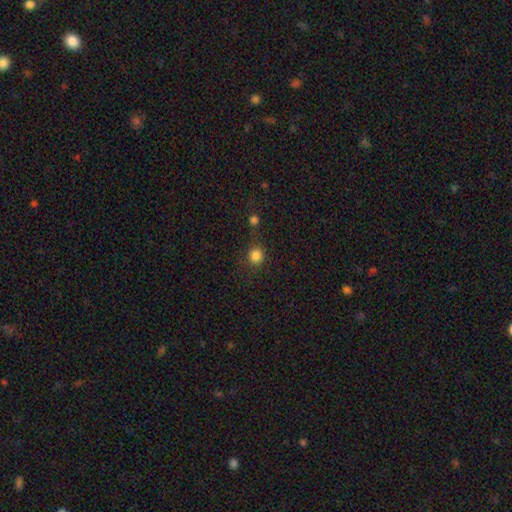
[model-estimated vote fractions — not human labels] Overall: smooth (83%). How rounded: round (90%). Merging: none (76%).